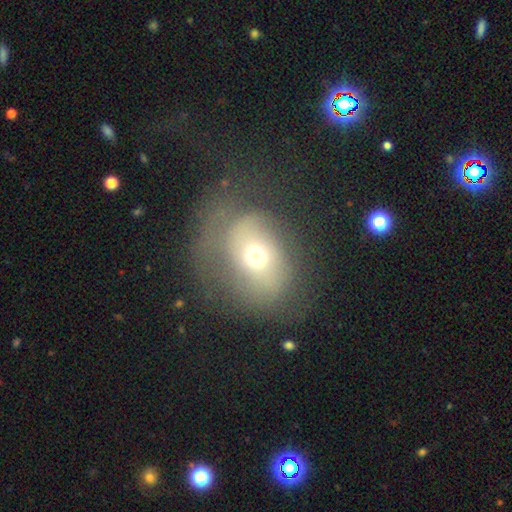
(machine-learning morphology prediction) A smooth galaxy with no disk features (54%) that is in between round and cigar-shaped (50%). Merging: none (42%).